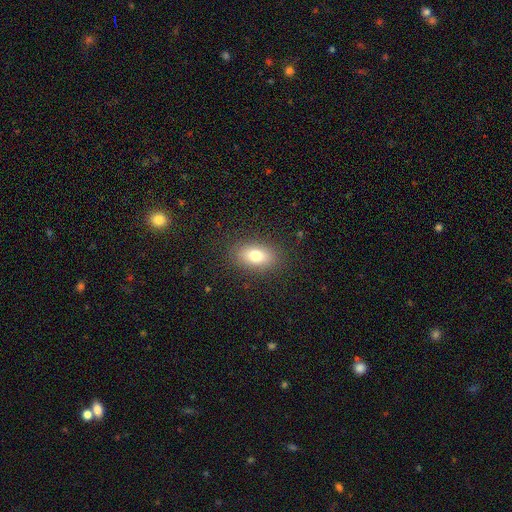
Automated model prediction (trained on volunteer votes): A smooth galaxy with no disk features (78%) that is in between round and cigar-shaped (85%). Merging: none (86%).